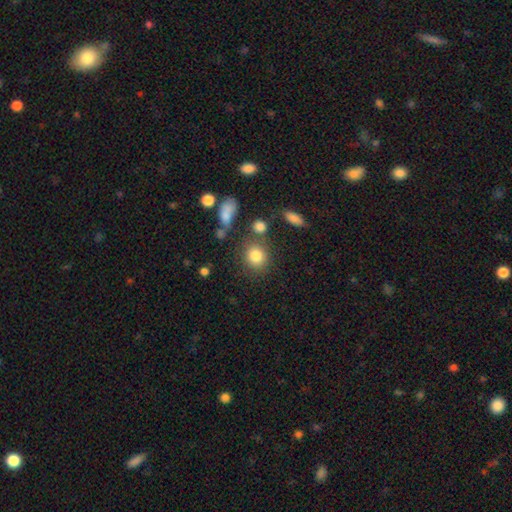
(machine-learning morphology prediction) The model was most divided on "how rounded": round: 76%, in between: 22%, cigar-shaped: 1%. More confident: smooth or featured — smooth (82%); merging — none (73%).